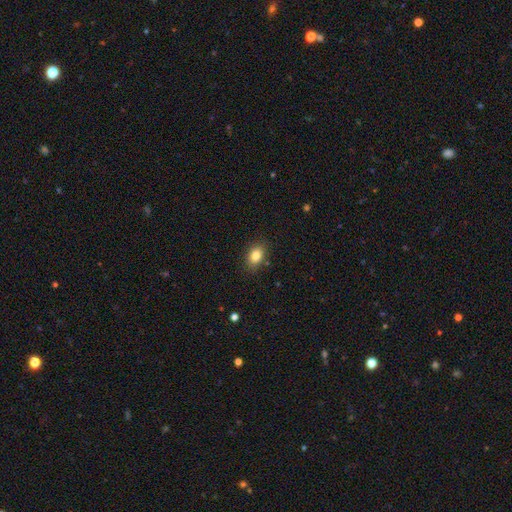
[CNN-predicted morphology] type=smooth (84%); roundness=in between (78%); merging=none (86%).